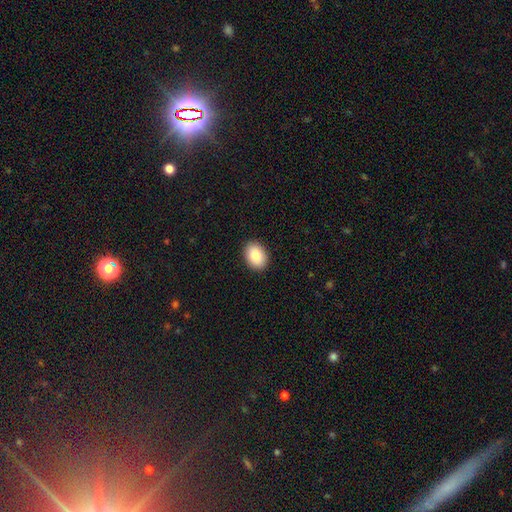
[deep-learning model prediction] smooth 87%, star or artifact 7%, featured or disk 6%. Down the decision tree: how rounded — in between (79%); merging — none (91%).